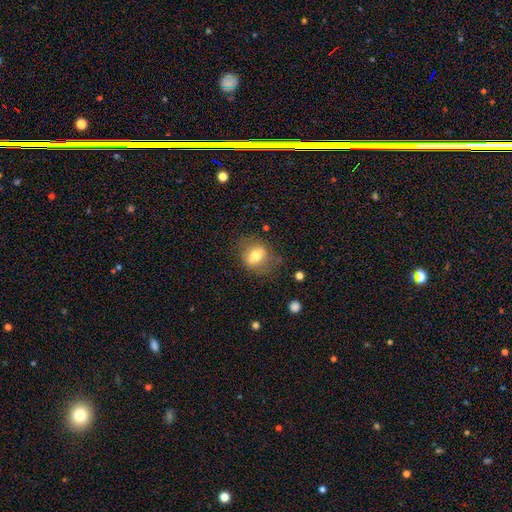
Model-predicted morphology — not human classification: Smooth or featured?
  - smooth: 68% *
  - featured or disk: 24%
  - star or artifact: 9%
How rounded?
  - round: 50% *
  - in between: 48%
  - cigar-shaped: 2%
Merging?
  - none: 71% *
  - minor disturbance: 19%
  - major disturbance: 9%
  - merger: 2%